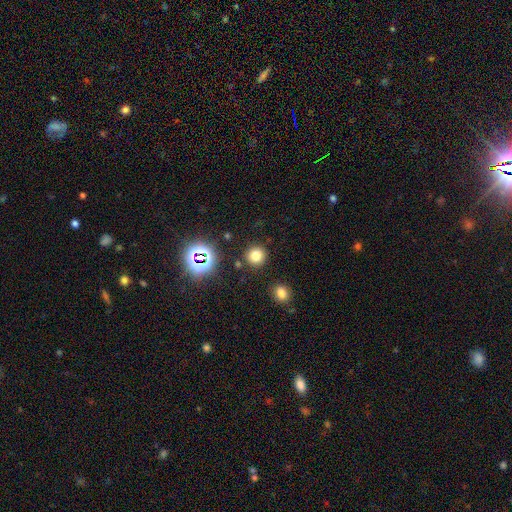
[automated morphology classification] Smooth or featured? Predicted: smooth (p=0.75). How rounded? Predicted: round (p=0.93). Merging? Predicted: none (p=0.88).